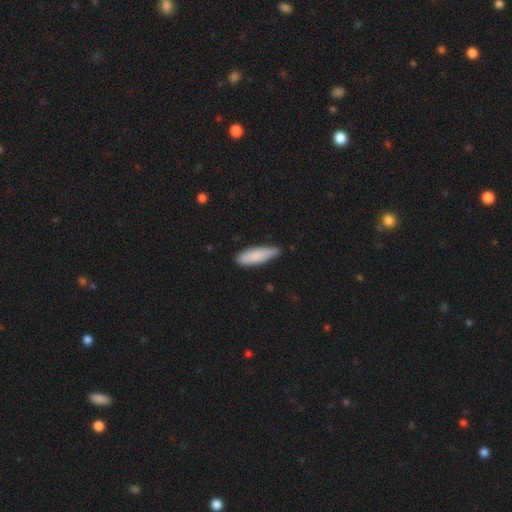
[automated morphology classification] Smooth or featured: smooth — 84% (featured or disk — 10%)
How rounded: in between — 50% (cigar-shaped — 49%)
Merging: none — 66% (minor disturbance — 29%)